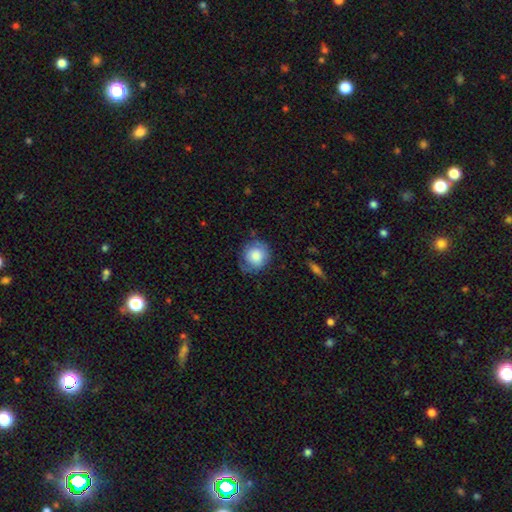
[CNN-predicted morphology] Smooth or featured? smooth (76%)
How rounded? round (82%)
Merging? none (64%)